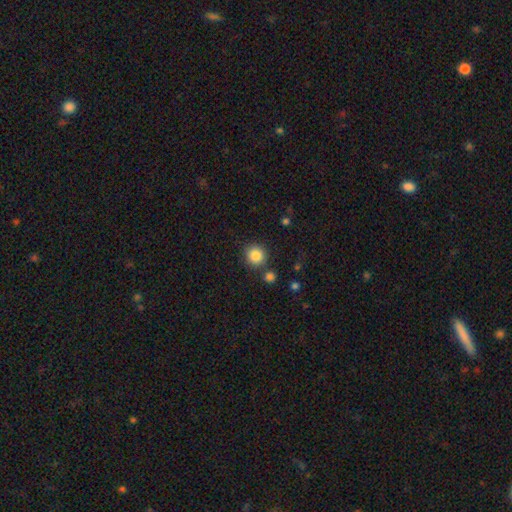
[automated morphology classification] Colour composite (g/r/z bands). It shows a smooth galaxy with no disk features (85%) that is round (90%). Merging: none (82%).